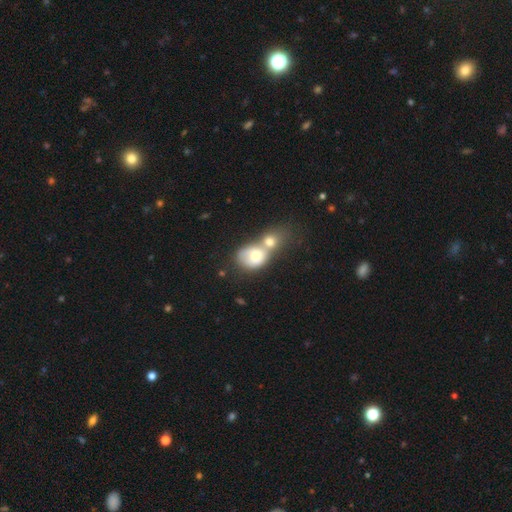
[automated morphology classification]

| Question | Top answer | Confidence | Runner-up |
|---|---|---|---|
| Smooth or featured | smooth | 64% | featured or disk (27%) |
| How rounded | round | 50% | in between (48%) |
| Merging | merger | 76% | none (13%) |